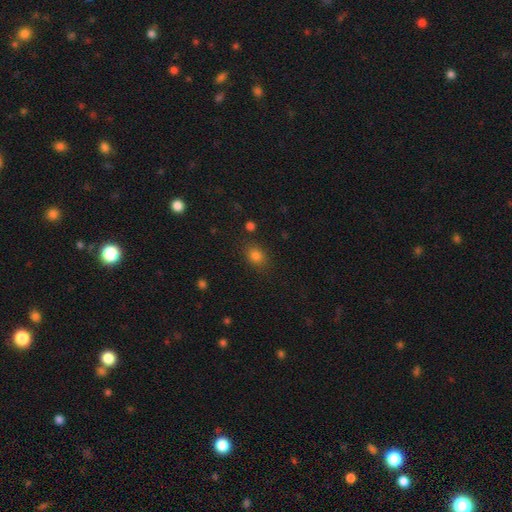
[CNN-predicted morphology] Smooth or featured: smooth — 80% (star or artifact — 14%)
How rounded: in between — 55% (round — 44%)
Merging: none — 81% (minor disturbance — 12%)